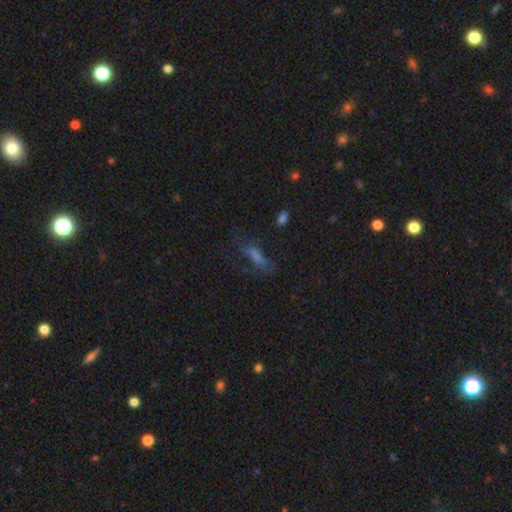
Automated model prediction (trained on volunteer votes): smooth 47%, featured or disk 28%, star or artifact 25%. Down the decision tree: merging — none (57%).